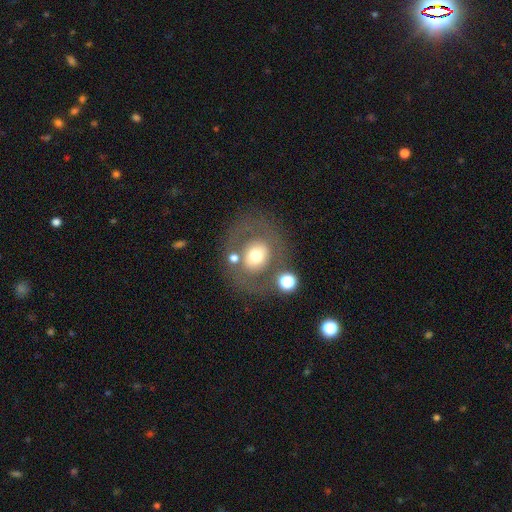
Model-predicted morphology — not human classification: Q: Smooth or featured?
A: smooth (51%); runner-up: featured or disk (38%)
Q: How rounded?
A: round (70%); runner-up: in between (29%)
Q: Merging?
A: none (69%); runner-up: minor disturbance (13%)